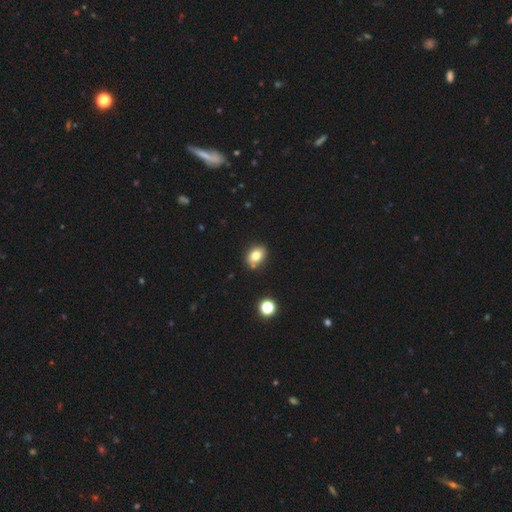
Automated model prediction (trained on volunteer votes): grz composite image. It shows a smooth galaxy with no disk features (79%) that is in between round and cigar-shaped (70%). Merging: none (77%).